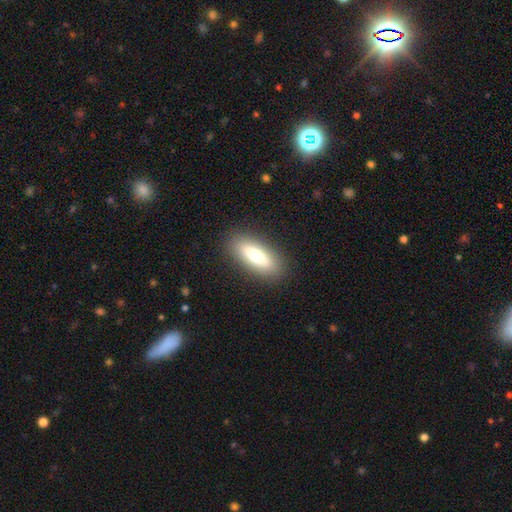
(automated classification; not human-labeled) smooth_or_featured: smooth (p=0.69) [alt: featured or disk p=0.24]
how_rounded: in between (p=0.58) [alt: cigar-shaped p=0.40]
merging: none (p=0.88) [alt: minor disturbance p=0.08]